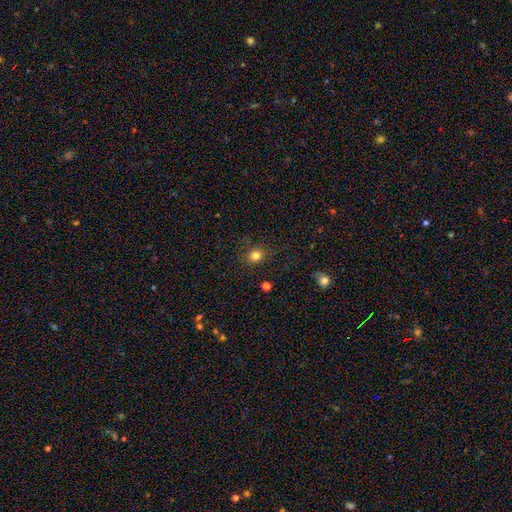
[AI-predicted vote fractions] Smooth or featured? Predicted: smooth (p=0.81). How rounded? Predicted: round (p=0.76). Merging? Predicted: none (p=0.85).